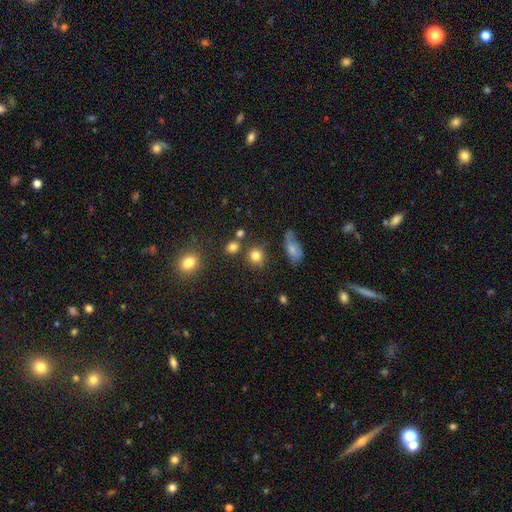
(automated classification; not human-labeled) A smooth galaxy with no disk features (80%) that is round (82%).

Vote fractions:
- Smooth or featured? smooth: 80% / star or artifact: 12% / featured or disk: 8%
- How rounded? round: 82% / in between: 16% / cigar-shaped: 2%
- Merging? none: 75% / minor disturbance: 12% / merger: 9% / major disturbance: 5%